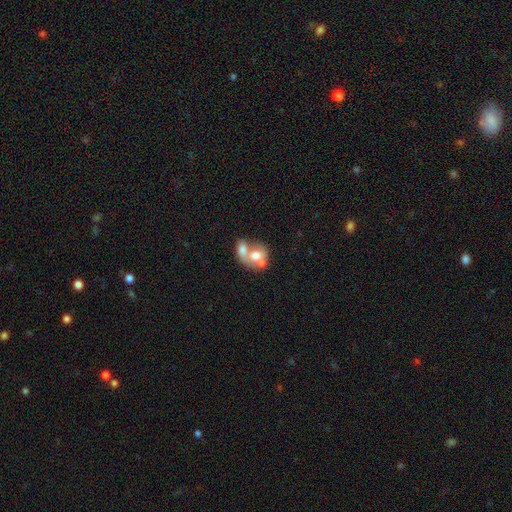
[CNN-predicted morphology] Smooth or featured: smooth — 57% (featured or disk — 35%)
How rounded: in between — 50% (round — 49%)
Merging: merger — 72% (none — 16%)